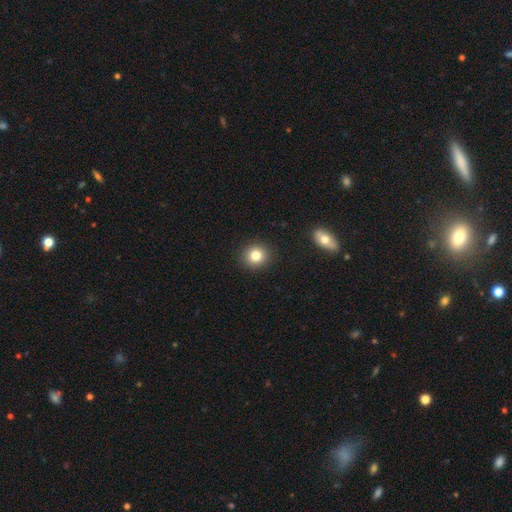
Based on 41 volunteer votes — Overall: smooth (80%). How rounded: round (85%). Merging: none (97%).